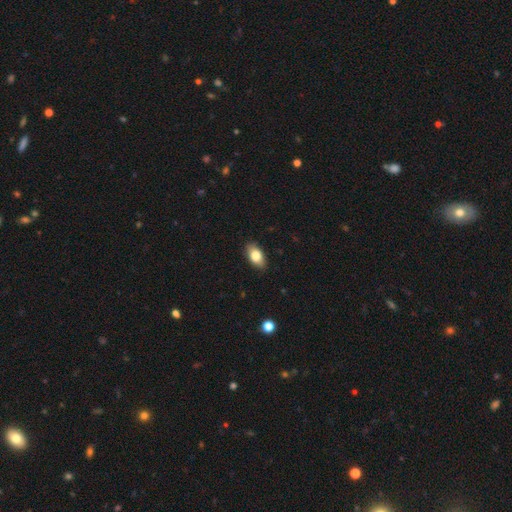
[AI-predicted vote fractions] Morphology: type=smooth (81%); roundness=in between (90%); merging=none (87%).